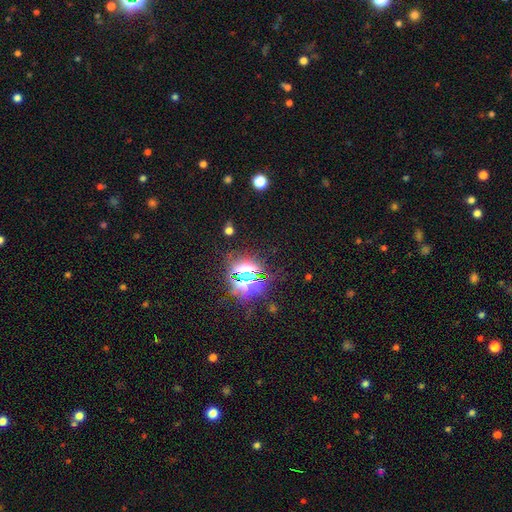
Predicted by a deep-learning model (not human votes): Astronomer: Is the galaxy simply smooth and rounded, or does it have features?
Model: star or artifact — 83%.